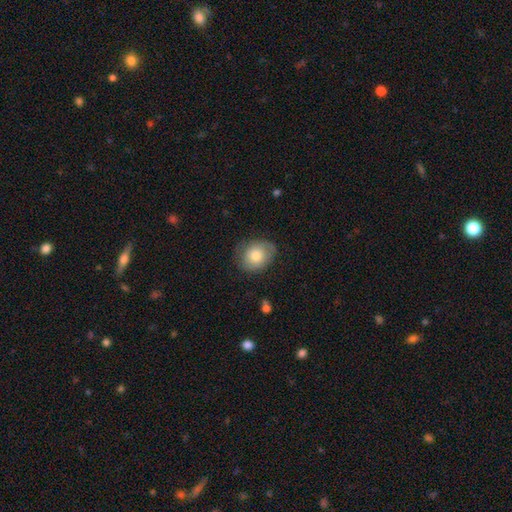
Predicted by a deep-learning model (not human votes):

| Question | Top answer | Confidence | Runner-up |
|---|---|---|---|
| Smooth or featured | smooth | 74% | featured or disk (19%) |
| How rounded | in between | 50% | round (49%) |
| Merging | none | 71% | minor disturbance (22%) |